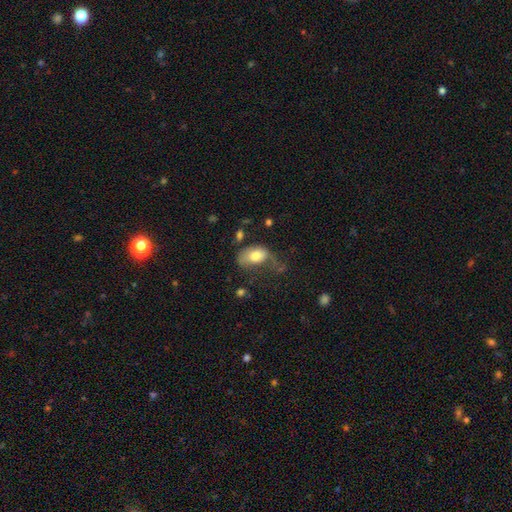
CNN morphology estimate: Q: Smooth or featured?
A: smooth (72%); runner-up: featured or disk (20%)
Q: How rounded?
A: in between (89%); runner-up: round (10%)
Q: Merging?
A: major disturbance (40%); runner-up: minor disturbance (28%)